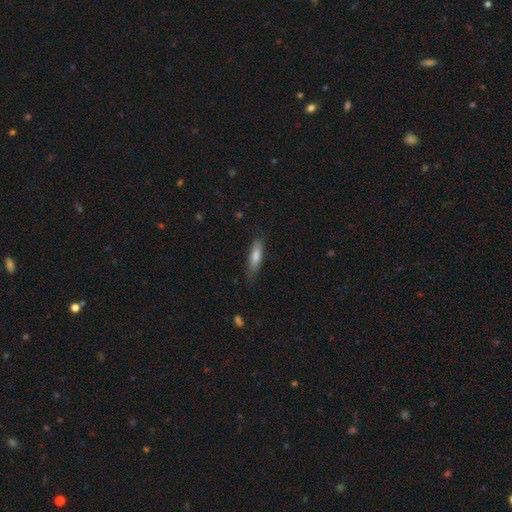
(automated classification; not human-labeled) Smooth or featured? Predicted: smooth (p=0.73). How rounded? Predicted: cigar-shaped (p=0.67). Merging? Predicted: none (p=0.77).